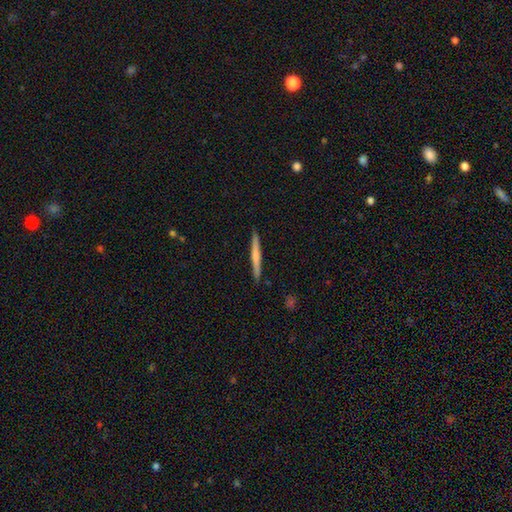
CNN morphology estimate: The model was most divided on "smooth or featured": smooth: 55%, featured or disk: 40%, star or artifact: 5%. More confident: how rounded — cigar-shaped (96%); merging — none (91%).